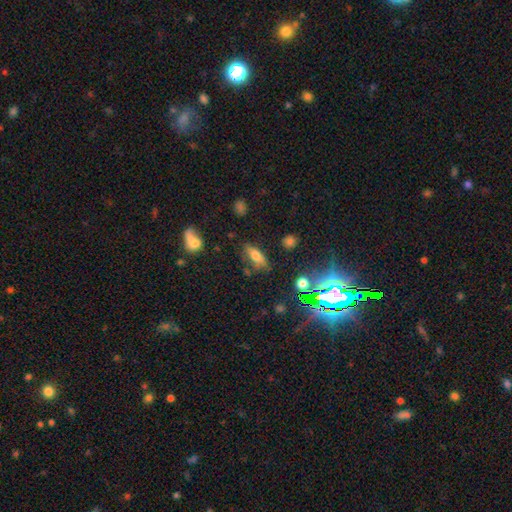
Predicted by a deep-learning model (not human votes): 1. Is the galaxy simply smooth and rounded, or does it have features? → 62% smooth, 23% featured or disk, 15% star or artifact.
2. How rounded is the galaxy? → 66% in between, 29% cigar-shaped, 5% round.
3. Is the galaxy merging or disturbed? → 68% none, 19% minor disturbance, 7% major disturbance, 6% merger.